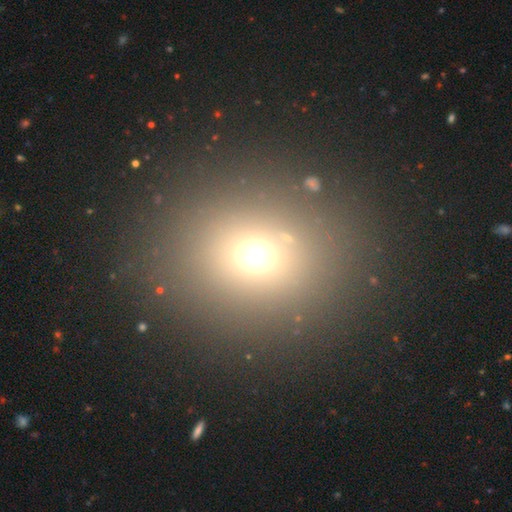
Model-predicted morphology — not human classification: This appears to be a smooth galaxy with no disk features (66%) that is round (74%). Merging: none (85%).